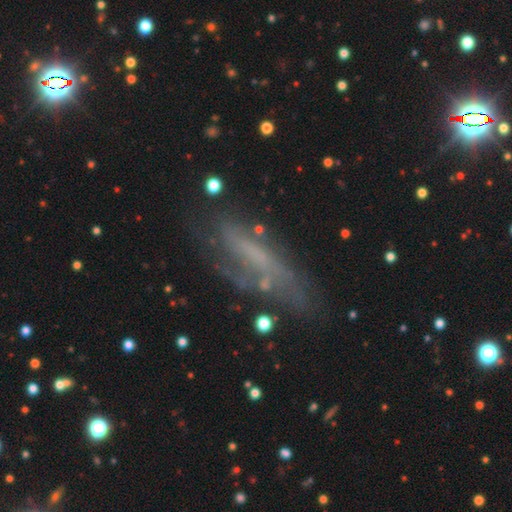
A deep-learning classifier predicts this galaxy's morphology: Smooth or featured? Predicted: featured or disk (p=0.56). Edge-on disk? Predicted: no (p=0.63). Merging? Predicted: none (p=0.60).